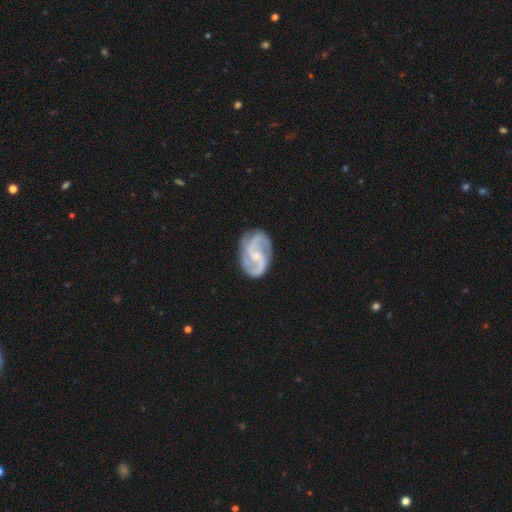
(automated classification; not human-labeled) A featured or disk galaxy (90%) with no bar (47%), 2 (51%) medium (54%) spiral arms (98%) and a small central bulge (64%).

Vote fractions:
- Smooth or featured? featured or disk: 90% / smooth: 5% / star or artifact: 4%
- Edge-on disk? no: 98% / yes: 2%
- Bar? no: 47% / weak: 42% / strong: 11%
- Spiral arms? yes: 98% / no: 2%
- Spiral winding? medium: 54% / loose: 25% / tight: 21%
- Spiral arm count? 2: 51% / 3: 31% / can't tell: 7% / 4: 5% / 1: 4% / more than 4: 3%
- Bulge size? small: 64% / moderate: 28% / none: 6% / large: 1% / dominant: 1%
- Merging? none: 75% / minor disturbance: 17% / major disturbance: 6% / merger: 2%